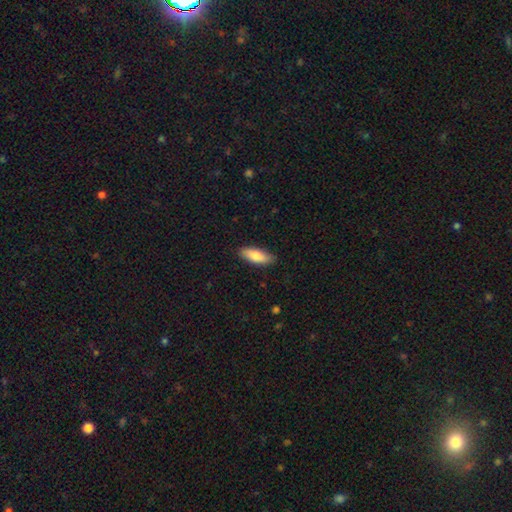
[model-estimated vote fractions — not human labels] Smooth or featured? Predicted: smooth (p=0.82). How rounded? Predicted: in between (p=0.71). Merging? Predicted: none (p=0.86).